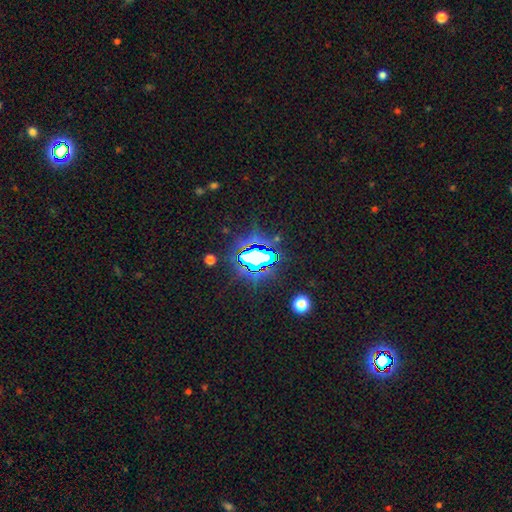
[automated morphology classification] Smooth or featured: star or artifact — 71% (smooth — 17%)